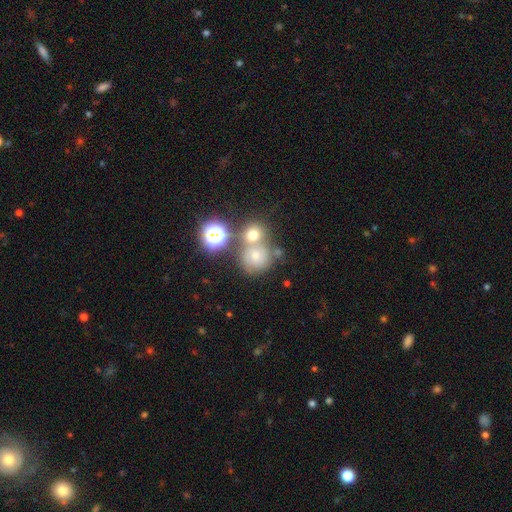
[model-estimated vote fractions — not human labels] A smooth galaxy with no disk features (54%) that is round (85%). Merging: none (46%).